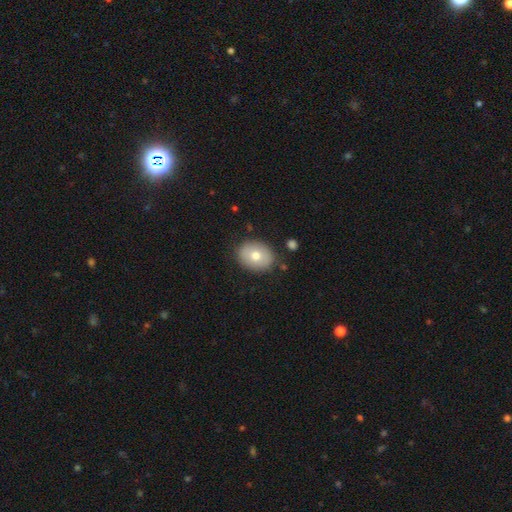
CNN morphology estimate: Smooth or featured? Predicted: smooth (p=0.72). How rounded? Predicted: in between (p=0.56). Merging? Predicted: none (p=0.84).